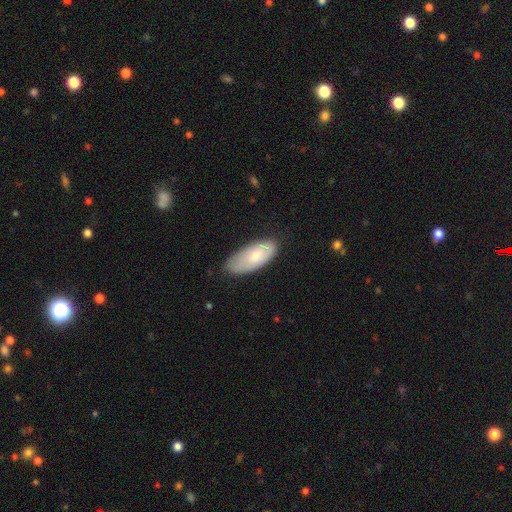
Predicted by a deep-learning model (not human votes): Q: Smooth or featured?
A: smooth (70%); runner-up: featured or disk (25%)
Q: How rounded?
A: in between (88%); runner-up: cigar-shaped (10%)
Q: Merging?
A: none (70%); runner-up: minor disturbance (24%)